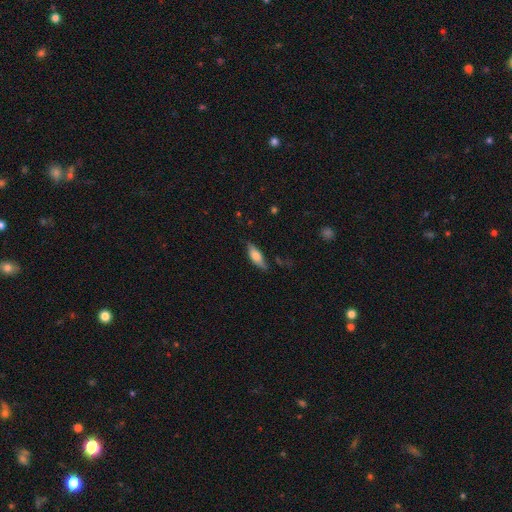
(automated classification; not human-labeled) Smooth or featured: smooth — 67% (featured or disk — 26%)
How rounded: in between — 65% (cigar-shaped — 33%)
Merging: none — 70% (minor disturbance — 23%)